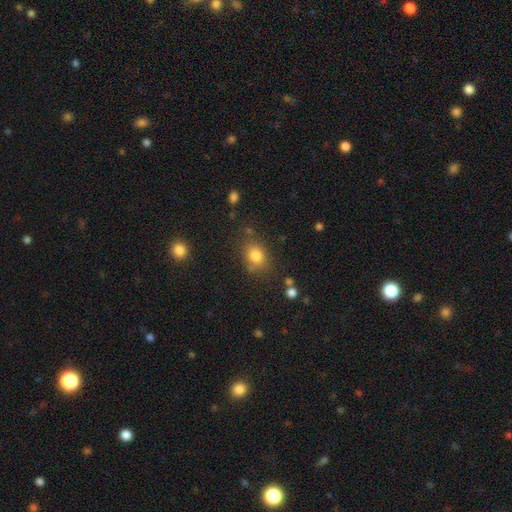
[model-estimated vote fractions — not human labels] A smooth galaxy with no disk features (81%) that is in between round and cigar-shaped (57%).

Vote fractions:
- Smooth or featured? smooth: 81% / star or artifact: 11% / featured or disk: 8%
- How rounded? in between: 57% / round: 42% / cigar-shaped: 1%
- Merging? none: 74% / minor disturbance: 15% / merger: 6% / major disturbance: 5%